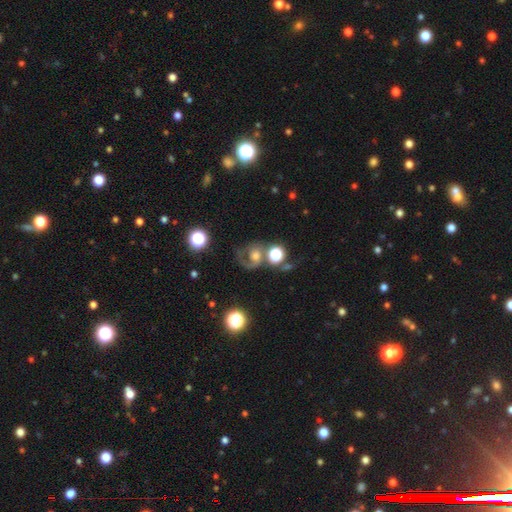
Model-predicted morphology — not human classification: Q: Smooth or featured?
A: featured or disk (53%); runner-up: smooth (33%)
Q: Edge-on disk?
A: no (97%); runner-up: yes (3%)
Q: Bar?
A: no (72%); runner-up: weak (22%)
Q: Spiral arms?
A: yes (74%); runner-up: no (26%)
Q: Bulge size?
A: moderate (45%); runner-up: large (24%)
Q: Merging?
A: none (39%); runner-up: major disturbance (27%)